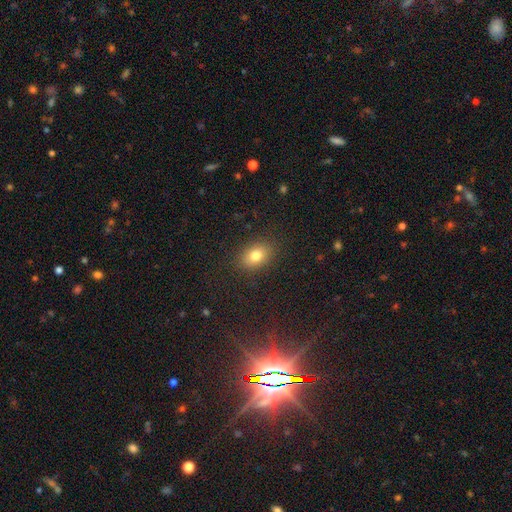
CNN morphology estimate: Overall: smooth (80%). How rounded: in between (74%). Merging: none (86%).